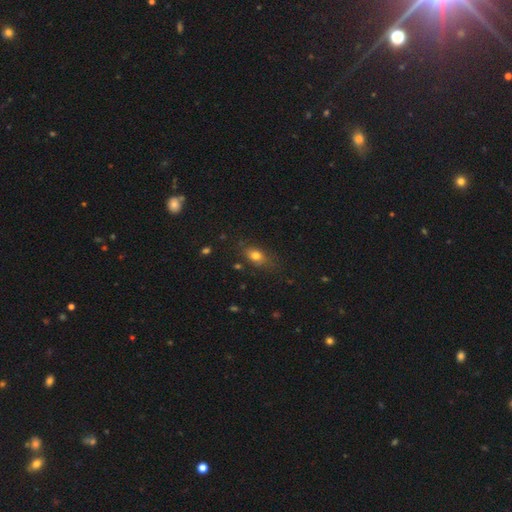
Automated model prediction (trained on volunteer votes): Q: Smooth or featured?
A: smooth (77%); runner-up: featured or disk (12%)
Q: How rounded?
A: in between (75%); runner-up: round (19%)
Q: Merging?
A: none (71%); runner-up: minor disturbance (20%)